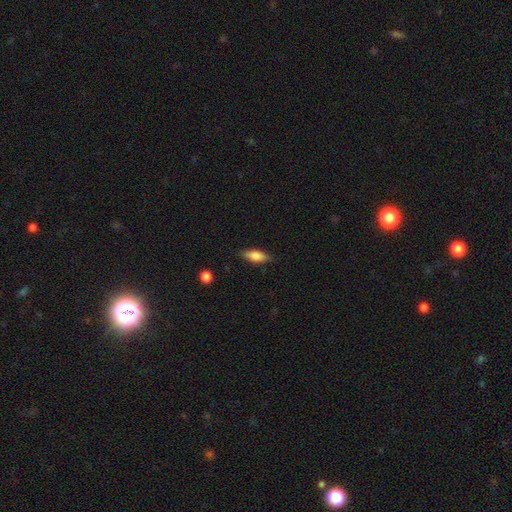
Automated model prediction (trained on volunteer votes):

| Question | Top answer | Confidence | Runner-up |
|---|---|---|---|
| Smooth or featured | smooth | 76% | featured or disk (18%) |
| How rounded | in between | 68% | cigar-shaped (29%) |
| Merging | none | 84% | minor disturbance (12%) |